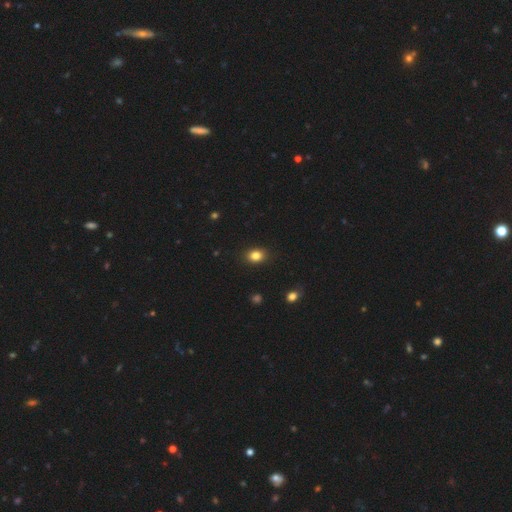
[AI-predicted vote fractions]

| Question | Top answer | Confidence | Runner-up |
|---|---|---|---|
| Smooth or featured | smooth | 83% | star or artifact (11%) |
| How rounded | in between | 60% | round (39%) |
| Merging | none | 88% | minor disturbance (9%) |